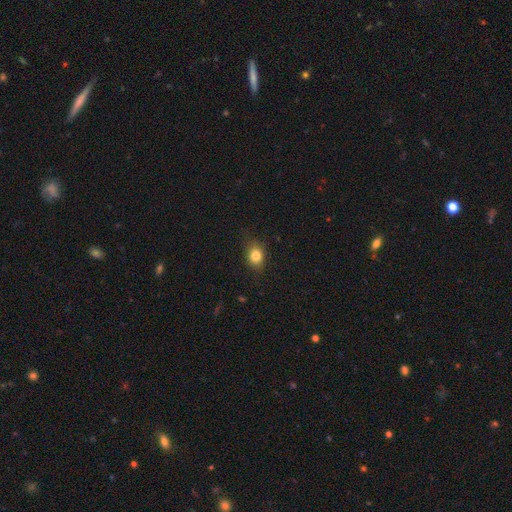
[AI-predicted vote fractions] Morphology: type=smooth (82%); roundness=in between (50%); merging=none (80%).